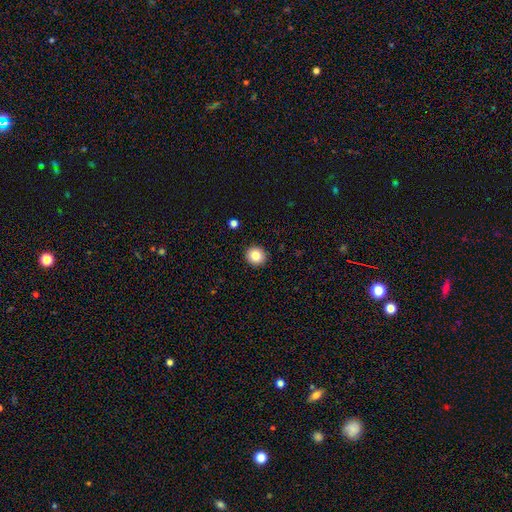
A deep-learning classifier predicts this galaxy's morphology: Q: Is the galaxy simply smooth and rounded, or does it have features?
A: smooth — 84%.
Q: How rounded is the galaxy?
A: round — 88%.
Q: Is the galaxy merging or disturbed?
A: none — 92%.